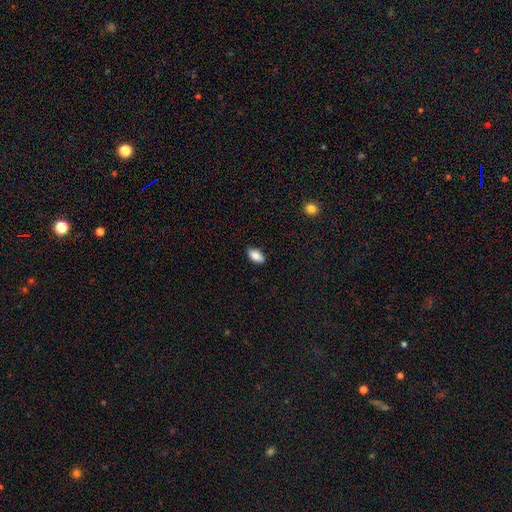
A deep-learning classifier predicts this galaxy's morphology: Q: Smooth or featured?
A: smooth (86%); runner-up: star or artifact (7%)
Q: How rounded?
A: in between (92%); runner-up: cigar-shaped (4%)
Q: Merging?
A: none (85%); runner-up: minor disturbance (12%)